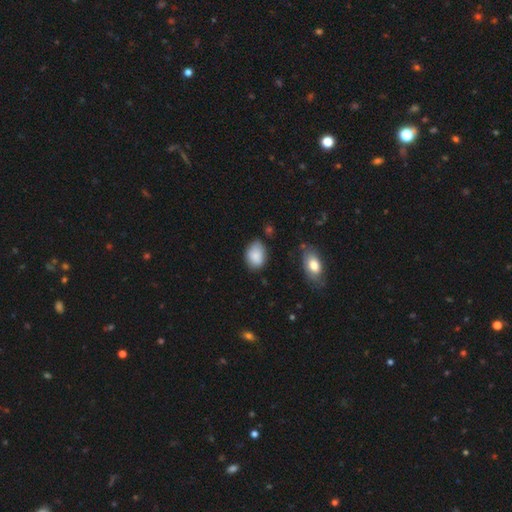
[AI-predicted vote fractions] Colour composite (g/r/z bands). It shows a smooth galaxy with no disk features (86%) that is in between round and cigar-shaped (82%). Merging: none (69%).